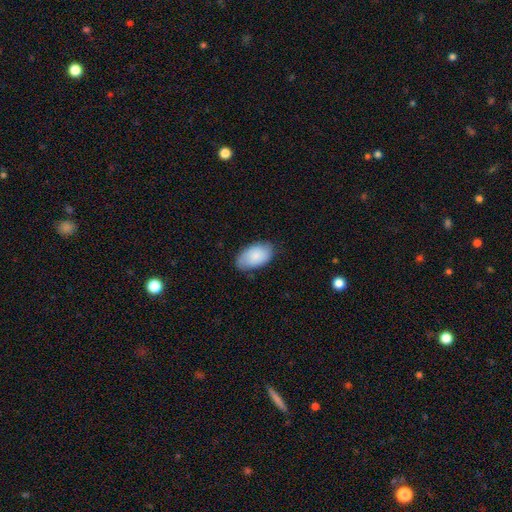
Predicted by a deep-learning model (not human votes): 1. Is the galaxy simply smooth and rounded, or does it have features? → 84% smooth, 10% featured or disk, 6% star or artifact.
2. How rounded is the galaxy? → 95% in between, 4% round, 1% cigar-shaped.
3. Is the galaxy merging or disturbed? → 73% none, 22% minor disturbance, 4% major disturbance, 1% merger.